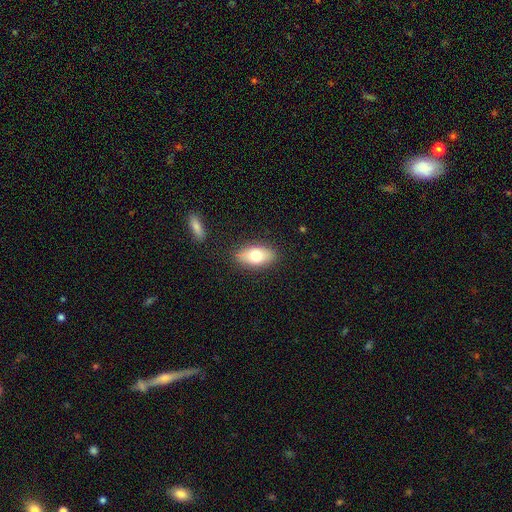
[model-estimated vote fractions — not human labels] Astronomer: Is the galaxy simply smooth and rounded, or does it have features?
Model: smooth — 72%.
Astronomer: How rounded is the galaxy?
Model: in between — 88%.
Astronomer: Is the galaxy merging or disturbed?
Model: none — 84%.